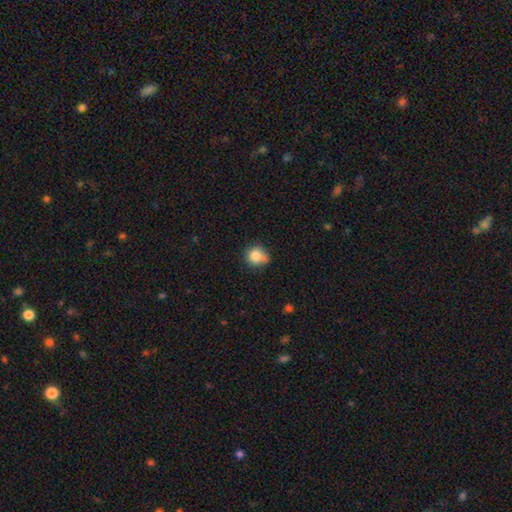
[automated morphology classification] This appears to be a smooth galaxy with no disk features (81%) that is round (84%). Merging: none (57%).